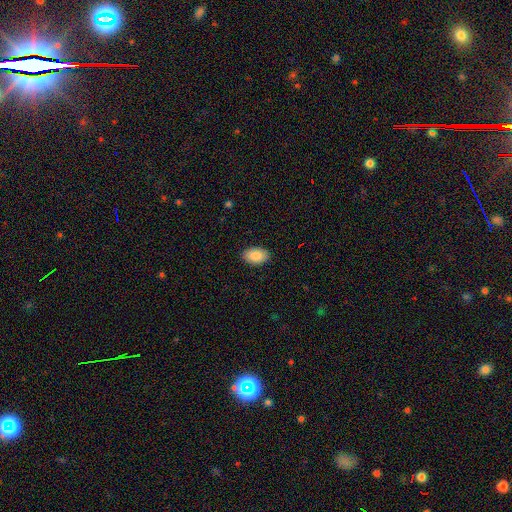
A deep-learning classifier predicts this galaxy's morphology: A smooth galaxy with no disk features (88%) that is in between round and cigar-shaped (93%).

Vote fractions:
- Smooth or featured? smooth: 88% / star or artifact: 6% / featured or disk: 5%
- How rounded? in between: 93% / round: 6% / cigar-shaped: 1%
- Merging? none: 89% / minor disturbance: 8% / major disturbance: 2% / merger: 1%